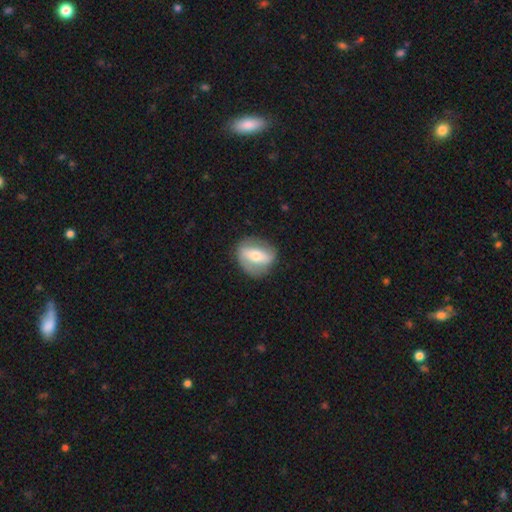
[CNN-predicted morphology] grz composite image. It shows a featured or disk galaxy (61%) with a strong bar (59%), spiral arms (51%) and a moderate central bulge (63%). Merging: none (80%).